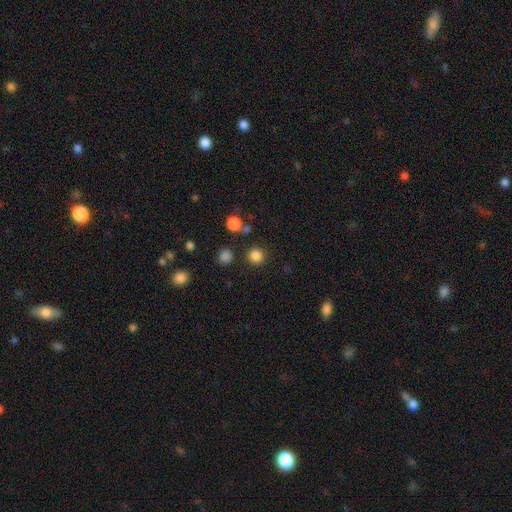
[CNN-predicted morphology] Q: Smooth or featured?
A: smooth (83%); runner-up: star or artifact (13%)
Q: How rounded?
A: round (94%); runner-up: in between (5%)
Q: Merging?
A: none (87%); runner-up: minor disturbance (6%)